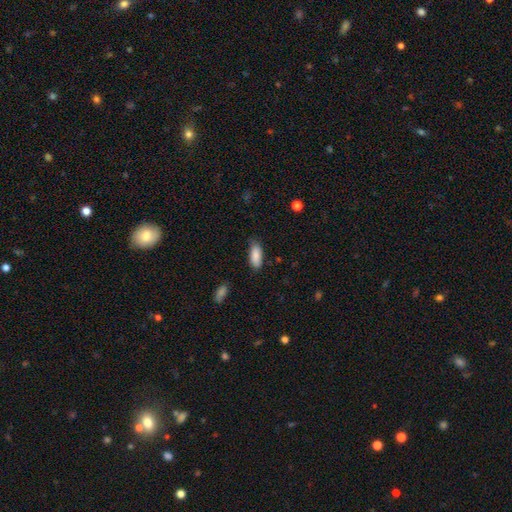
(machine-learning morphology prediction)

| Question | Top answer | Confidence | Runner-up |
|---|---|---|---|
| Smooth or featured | smooth | 87% | star or artifact (6%) |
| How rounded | in between | 81% | cigar-shaped (17%) |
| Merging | none | 74% | minor disturbance (20%) |